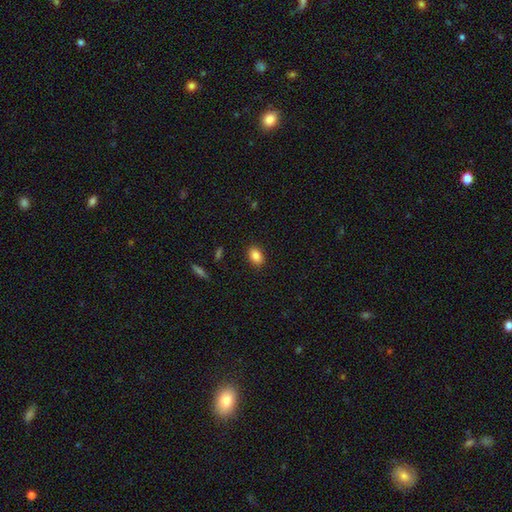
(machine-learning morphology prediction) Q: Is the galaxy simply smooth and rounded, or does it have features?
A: smooth — 86%.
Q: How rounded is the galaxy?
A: in between — 81%.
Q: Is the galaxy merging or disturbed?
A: none — 88%.